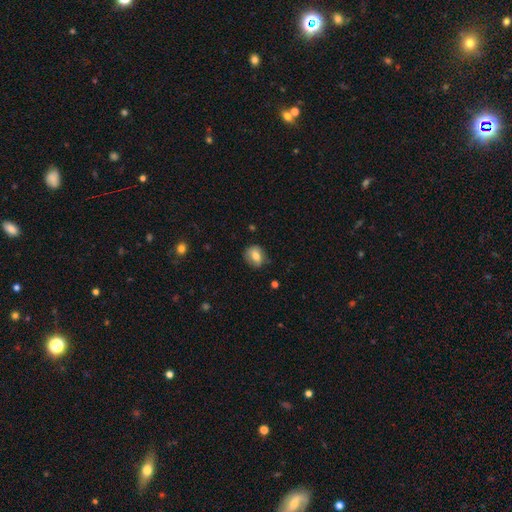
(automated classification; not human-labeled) This is likely a smooth galaxy (72%). How rounded: possibly round (56%). Merging: likely none (69%).